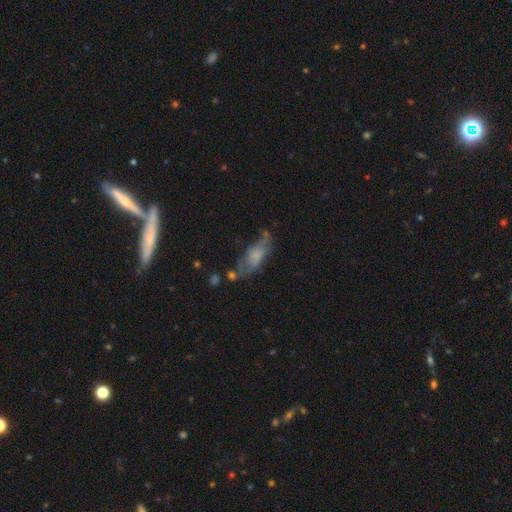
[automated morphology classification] This appears to be a smooth galaxy with no disk features (51%) that is in between round and cigar-shaped (68%). Merging: none (45%).